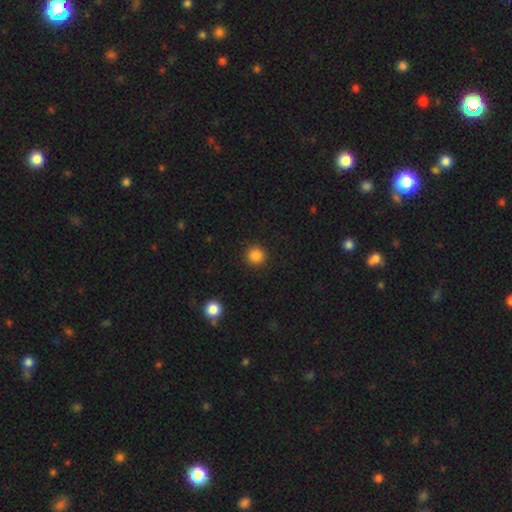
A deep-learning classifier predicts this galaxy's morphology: Overall: smooth (86%). How rounded: round (95%). Merging: none (92%).